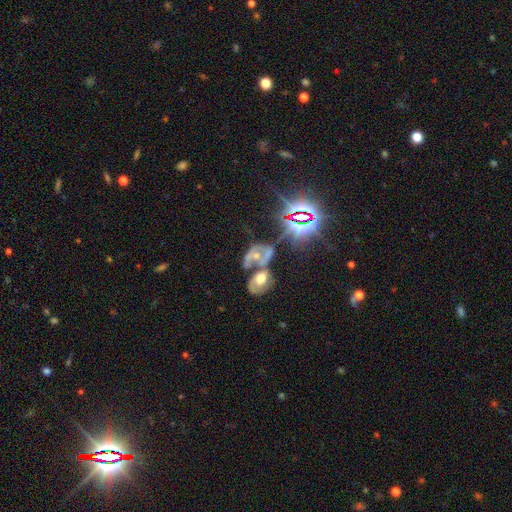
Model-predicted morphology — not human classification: featured or disk 52%, smooth 25%, star or artifact 23%. Down the decision tree: edge-on disk — no (94%); merging — merger (67%).